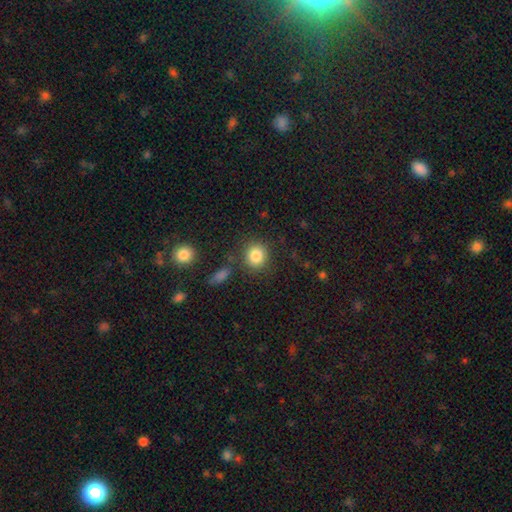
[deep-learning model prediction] Smooth or featured: smooth — 85% (star or artifact — 9%)
How rounded: round — 83% (in between — 16%)
Merging: none — 82% (minor disturbance — 9%)